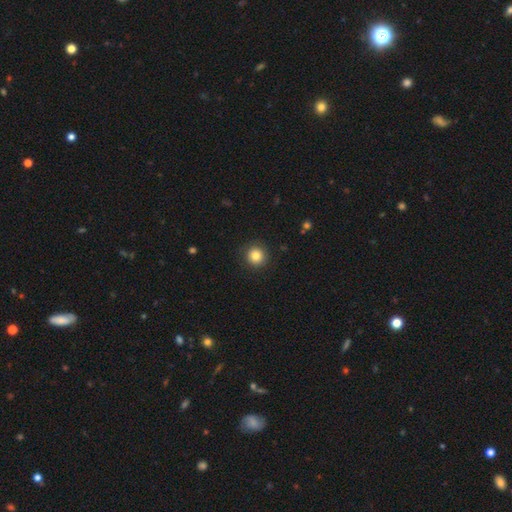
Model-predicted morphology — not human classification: A smooth galaxy with no disk features (82%) that is round (94%). Merging: none (90%).